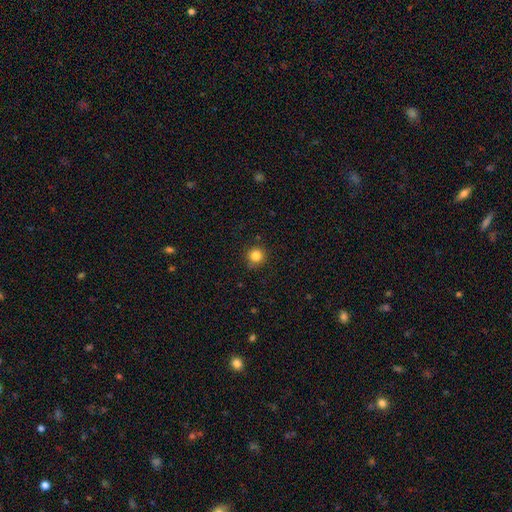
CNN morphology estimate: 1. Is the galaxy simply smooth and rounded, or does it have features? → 84% smooth, 12% star or artifact, 4% featured or disk.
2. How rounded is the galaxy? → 94% round, 5% in between, 1% cigar-shaped.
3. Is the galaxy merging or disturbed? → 87% none, 9% minor disturbance, 2% major disturbance, 1% merger.